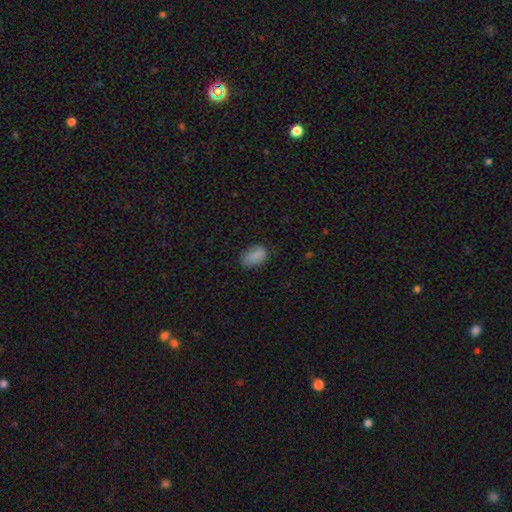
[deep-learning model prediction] This is clearly a smooth galaxy (86%). How rounded: clearly in between (90%). Merging: likely none (71%).